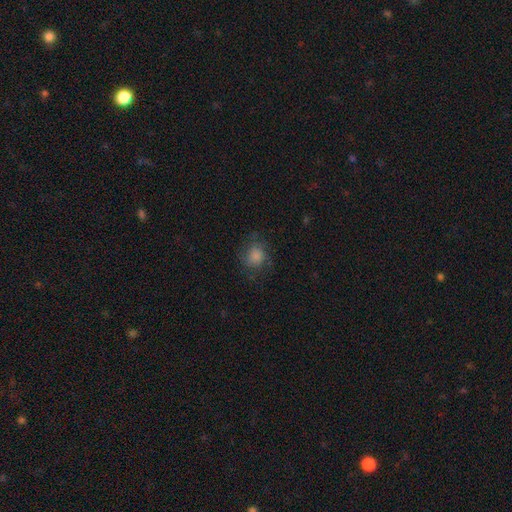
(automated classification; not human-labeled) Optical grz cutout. It shows a smooth galaxy with no disk features (64%) that is round (72%). Merging: none (70%).